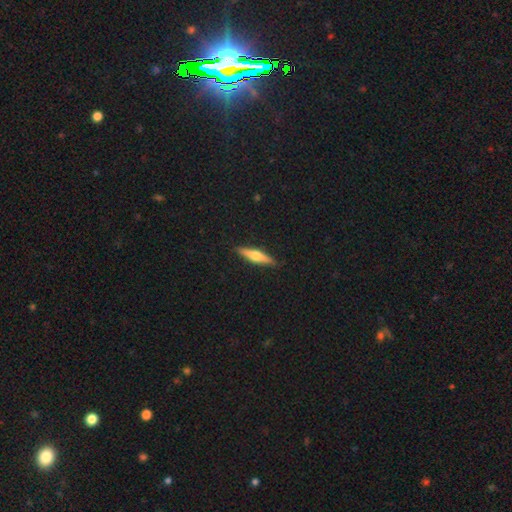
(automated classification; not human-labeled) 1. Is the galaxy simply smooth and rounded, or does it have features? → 53% featured or disk, 41% smooth, 6% star or artifact.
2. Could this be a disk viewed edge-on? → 95% yes, 5% no.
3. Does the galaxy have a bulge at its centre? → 90% rounded, 5% none, 5% boxy.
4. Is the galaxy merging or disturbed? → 90% none, 8% minor disturbance, 2% major disturbance, 1% merger.